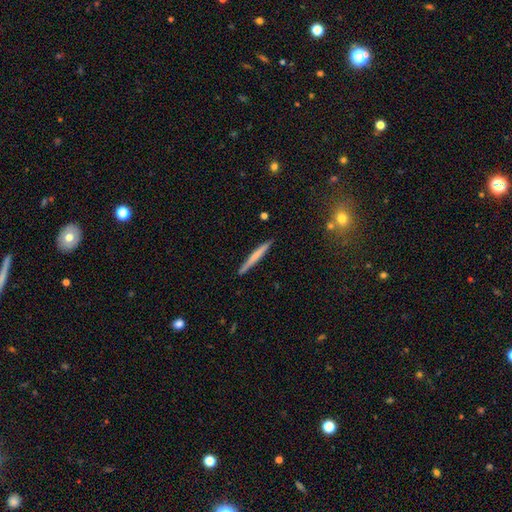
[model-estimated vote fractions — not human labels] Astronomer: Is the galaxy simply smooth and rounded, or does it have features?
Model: smooth — 54% (runner-up: featured or disk, 41%).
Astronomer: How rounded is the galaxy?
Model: cigar-shaped — 96%.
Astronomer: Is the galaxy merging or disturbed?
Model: none — 91%.